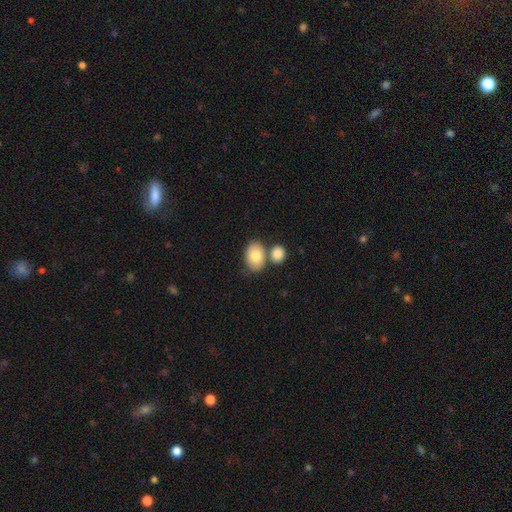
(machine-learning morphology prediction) Overall: smooth (81%). How rounded: in between (81%). Merging: none (56%; merger 29%).